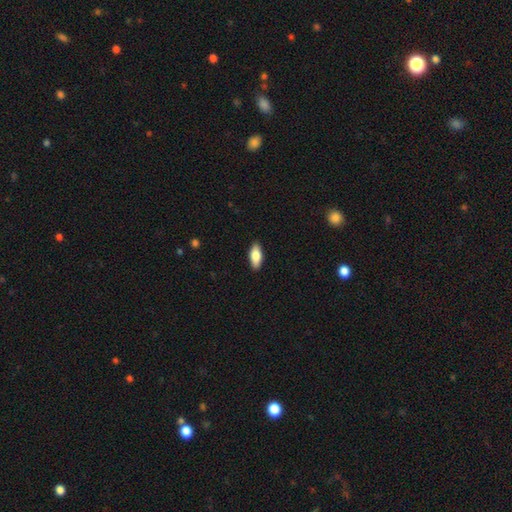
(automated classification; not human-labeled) smooth_or_featured: smooth (p=0.79) [alt: featured or disk p=0.15]
how_rounded: in between (p=0.83) [alt: cigar-shaped p=0.15]
merging: none (p=0.90) [alt: minor disturbance p=0.08]